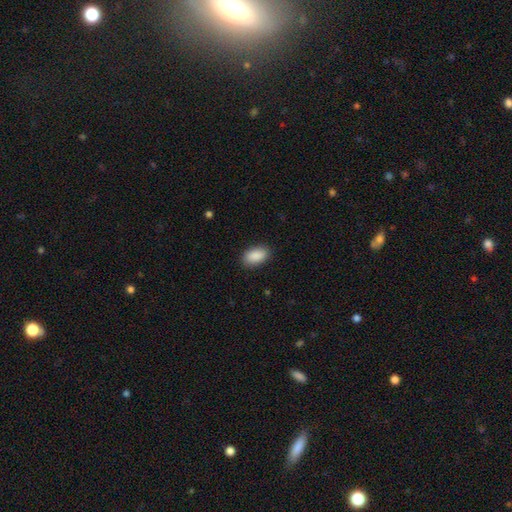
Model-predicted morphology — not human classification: Overall: smooth (90%). How rounded: in between (93%). Merging: none (88%).